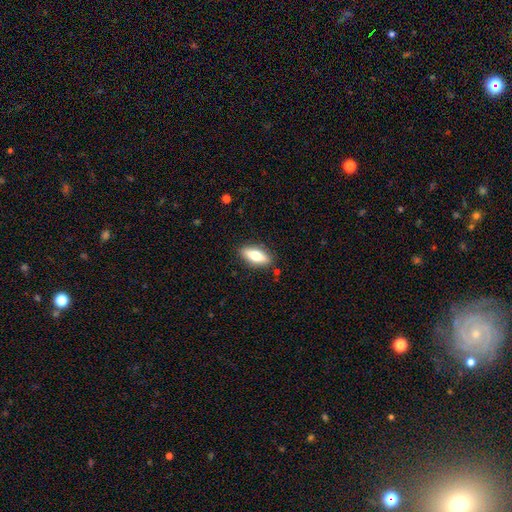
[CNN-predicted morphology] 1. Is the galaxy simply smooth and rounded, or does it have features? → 64% smooth, 29% featured or disk, 7% star or artifact.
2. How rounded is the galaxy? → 71% in between, 26% cigar-shaped, 3% round.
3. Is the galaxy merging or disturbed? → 87% none, 10% minor disturbance, 2% major disturbance, 1% merger.